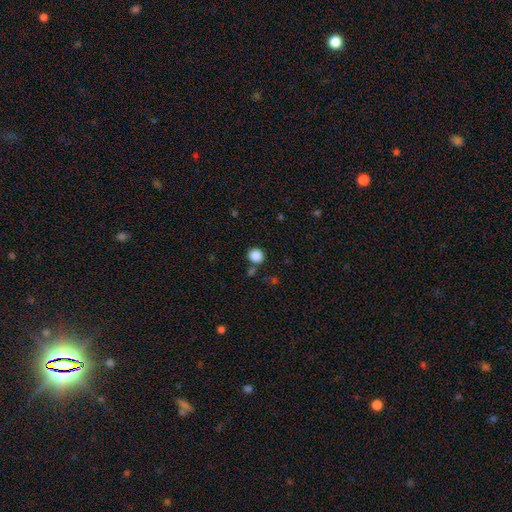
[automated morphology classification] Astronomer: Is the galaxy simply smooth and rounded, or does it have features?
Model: smooth — 86%.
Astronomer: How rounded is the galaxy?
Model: round — 91%.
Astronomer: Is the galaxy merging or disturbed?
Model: none — 81%.